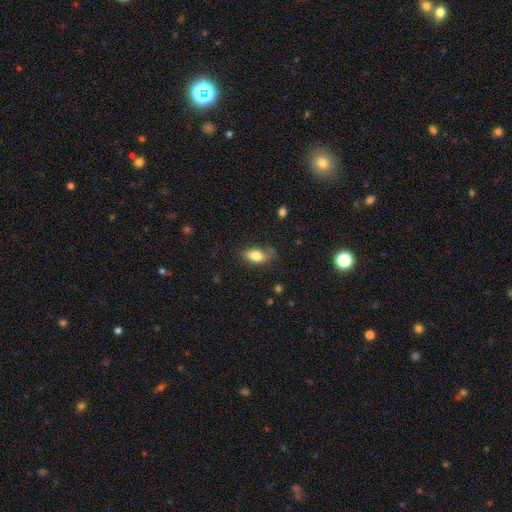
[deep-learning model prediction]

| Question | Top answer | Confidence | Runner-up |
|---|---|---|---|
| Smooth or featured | smooth | 81% | featured or disk (11%) |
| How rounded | in between | 89% | round (6%) |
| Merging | none | 68% | minor disturbance (23%) |